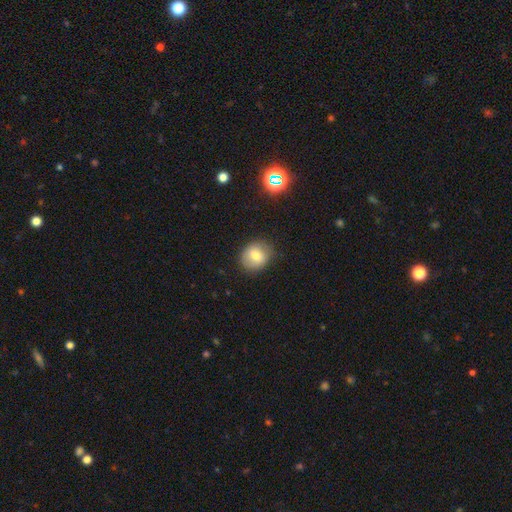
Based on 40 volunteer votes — A smooth galaxy with no disk features (65%) that is round (73%). Merging: none (91%).